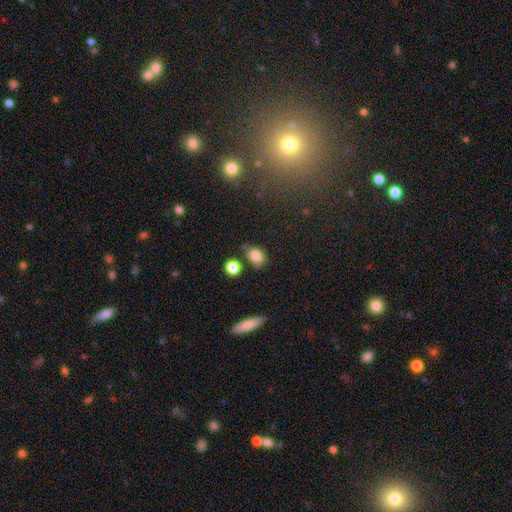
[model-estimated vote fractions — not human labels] Smooth or featured: smooth — 82% (star or artifact — 11%)
How rounded: in between — 62% (round — 36%)
Merging: none — 68% (minor disturbance — 18%)